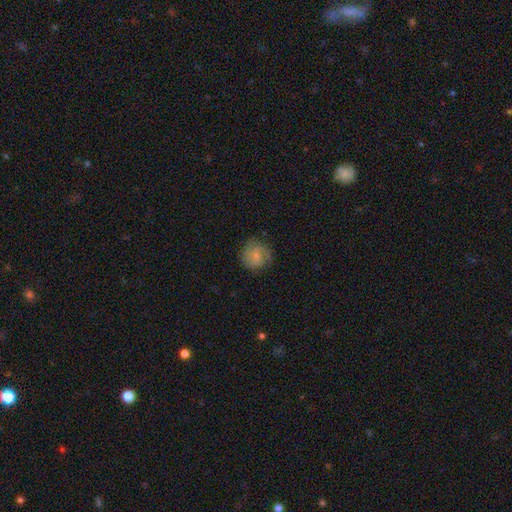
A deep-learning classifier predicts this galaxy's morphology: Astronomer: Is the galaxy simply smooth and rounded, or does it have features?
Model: smooth — 54% (runner-up: featured or disk, 38%).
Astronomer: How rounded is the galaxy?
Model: round — 87%.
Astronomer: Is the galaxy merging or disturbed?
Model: none — 73%.